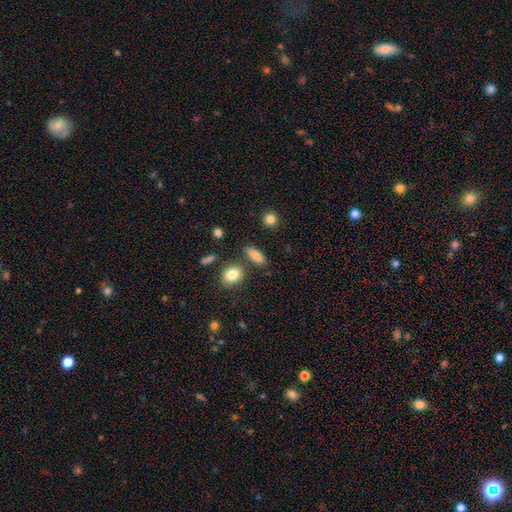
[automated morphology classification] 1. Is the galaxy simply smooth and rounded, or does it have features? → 78% smooth, 14% featured or disk, 9% star or artifact.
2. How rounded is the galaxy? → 68% in between, 25% cigar-shaped, 7% round.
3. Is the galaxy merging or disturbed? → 77% none, 12% minor disturbance, 8% merger, 3% major disturbance.